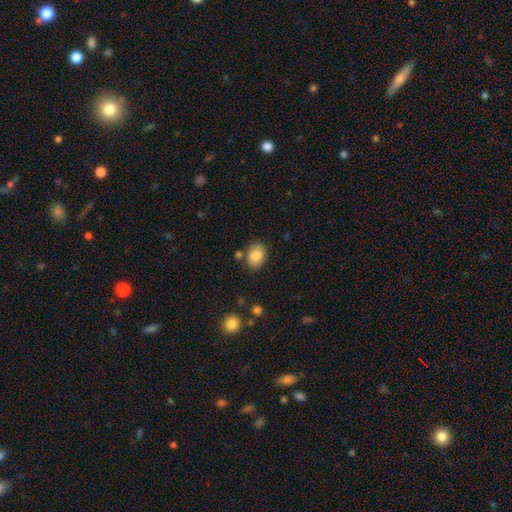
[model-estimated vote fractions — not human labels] Q: Smooth or featured?
A: smooth (85%); runner-up: star or artifact (8%)
Q: How rounded?
A: in between (69%); runner-up: round (30%)
Q: Merging?
A: none (78%); runner-up: minor disturbance (14%)